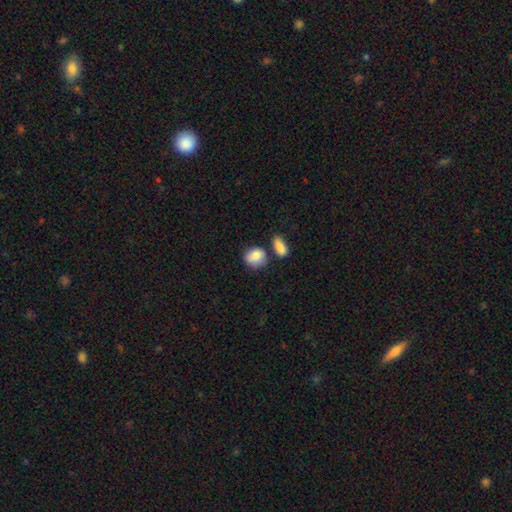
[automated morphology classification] smooth-or-featured: smooth: 84% | featured or disk: 8% | star or artifact: 7%
  how-rounded: round: 60% | in between: 38% | cigar-shaped: 2%
  merging: none: 59% | minor disturbance: 19% | merger: 16% | major disturbance: 5%